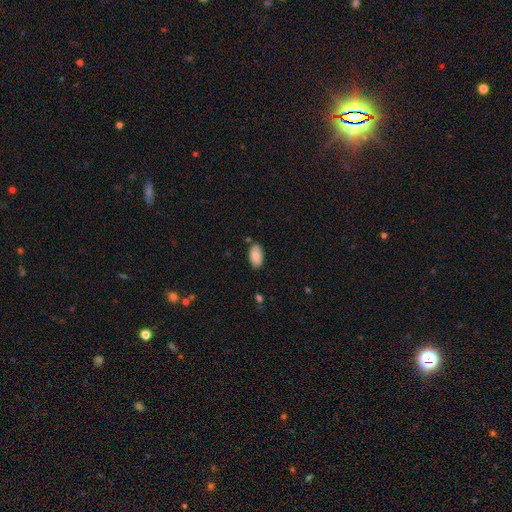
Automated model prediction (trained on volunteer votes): smooth_or_featured: smooth (p=0.87) [alt: star or artifact p=0.07]
how_rounded: in between (p=0.95) [alt: cigar-shaped p=0.03]
merging: none (p=0.81) [alt: minor disturbance p=0.13]